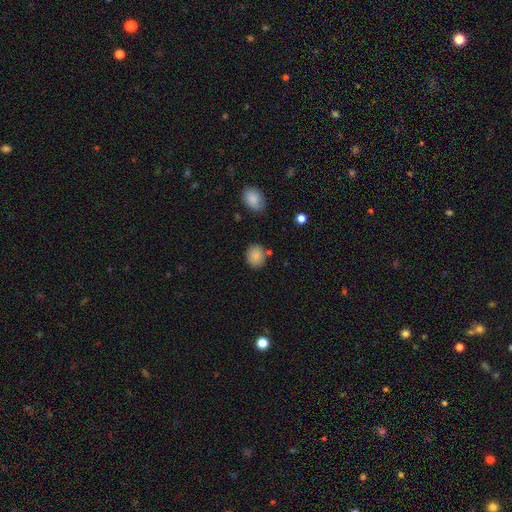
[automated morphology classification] type=smooth (85%); roundness=round (73%); merging=none (81%).